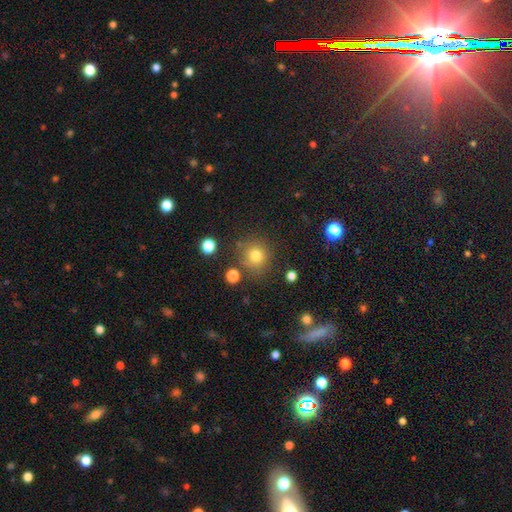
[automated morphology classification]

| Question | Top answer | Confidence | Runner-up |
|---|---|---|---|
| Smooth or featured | smooth | 79% | star or artifact (14%) |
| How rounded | round | 90% | in between (9%) |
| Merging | none | 78% | minor disturbance (12%) |